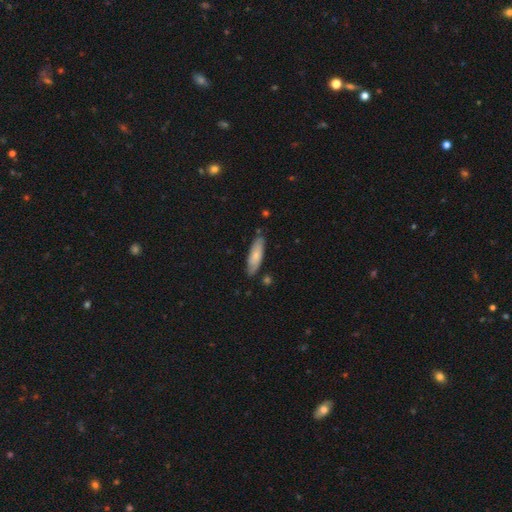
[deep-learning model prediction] Smooth or featured? Predicted: smooth (p=0.71). How rounded? Predicted: in between (p=0.51). Merging? Predicted: none (p=0.79).